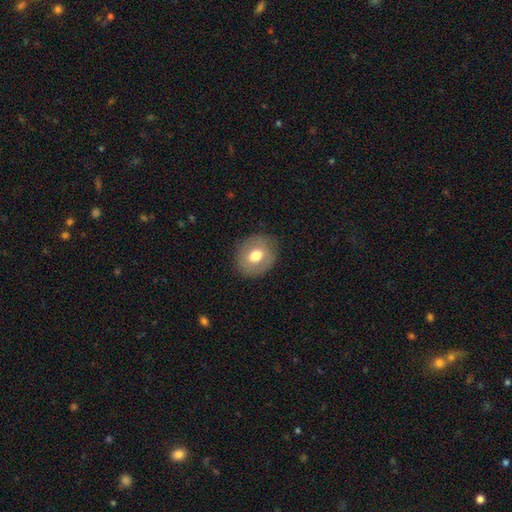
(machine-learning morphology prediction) Q: Smooth or featured?
A: smooth (64%); runner-up: featured or disk (28%)
Q: How rounded?
A: round (64%); runner-up: in between (35%)
Q: Merging?
A: none (82%); runner-up: minor disturbance (13%)